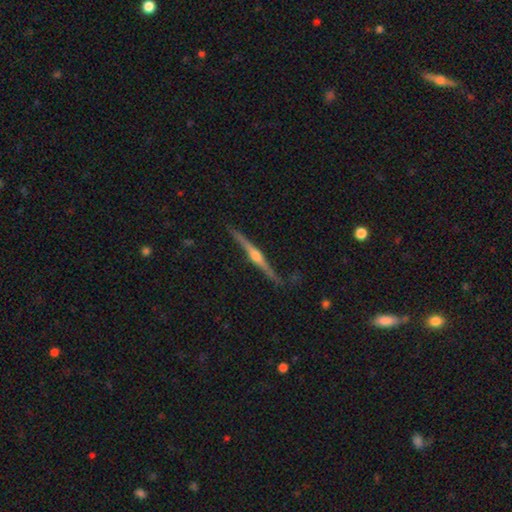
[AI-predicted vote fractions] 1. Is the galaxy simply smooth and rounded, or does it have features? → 82% featured or disk, 12% smooth, 5% star or artifact.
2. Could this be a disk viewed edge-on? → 98% yes, 2% no.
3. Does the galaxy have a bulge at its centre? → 93% rounded, 4% none, 3% boxy.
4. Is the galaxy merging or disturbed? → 86% none, 11% minor disturbance, 2% major disturbance, 1% merger.